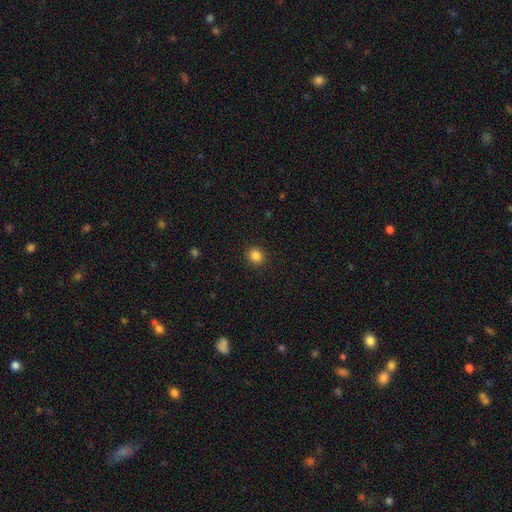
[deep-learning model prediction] The model was most divided on "how rounded": round: 86%, in between: 13%, cigar-shaped: 1%. More confident: merging — none (91%); smooth or featured — smooth (85%).